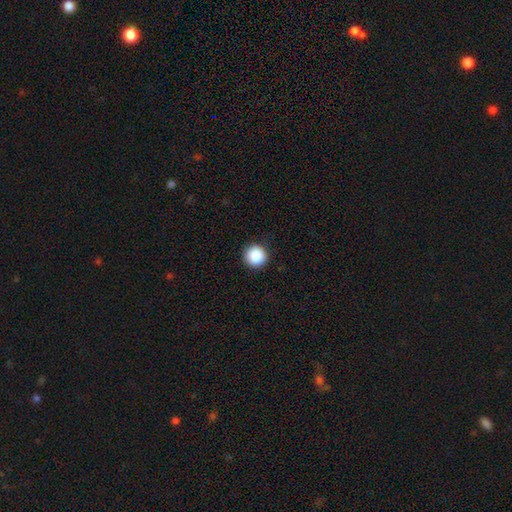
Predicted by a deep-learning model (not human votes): A smooth galaxy with no disk features (88%) that is round (96%). Merging: none (92%).